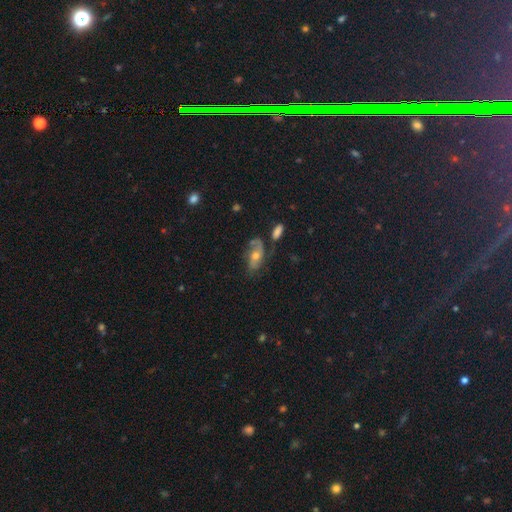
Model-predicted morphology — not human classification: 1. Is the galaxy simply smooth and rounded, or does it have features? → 67% featured or disk, 20% smooth, 13% star or artifact.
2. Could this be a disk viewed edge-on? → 92% no, 8% yes.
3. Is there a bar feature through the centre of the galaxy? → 65% no, 28% weak, 8% strong.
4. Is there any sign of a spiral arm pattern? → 87% yes, 13% no.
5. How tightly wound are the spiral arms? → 43% medium, 33% loose, 24% tight.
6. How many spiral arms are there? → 75% 2, 11% can't tell, 7% 1, 3% 3, 2% 4, 2% more than 4.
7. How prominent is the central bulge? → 63% moderate, 28% small, 5% large, 2% none, 1% dominant.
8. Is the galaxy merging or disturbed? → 59% none, 21% minor disturbance, 12% major disturbance, 7% merger.